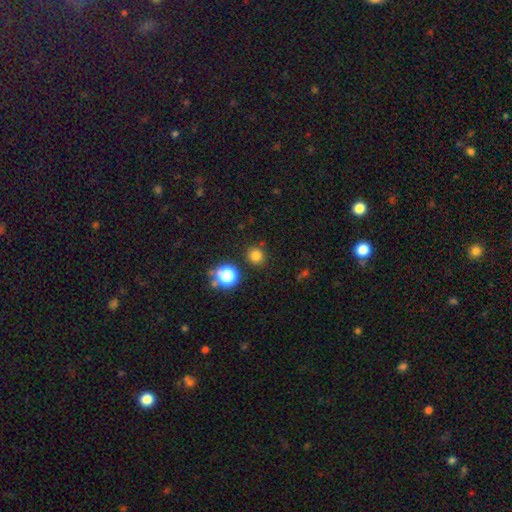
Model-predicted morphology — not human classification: smooth 77%, star or artifact 18%, featured or disk 5%. Down the decision tree: how rounded — round (88%); merging — none (87%).